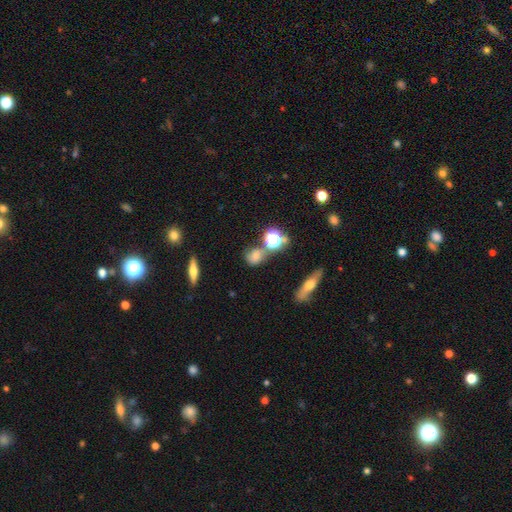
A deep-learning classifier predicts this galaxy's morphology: Smooth or featured?
  - smooth: 60% *
  - star or artifact: 22%
  - featured or disk: 18%
How rounded?
  - round: 66% *
  - in between: 30%
  - cigar-shaped: 3%
Merging?
  - none: 60% *
  - minor disturbance: 18%
  - merger: 15%
  - major disturbance: 7%